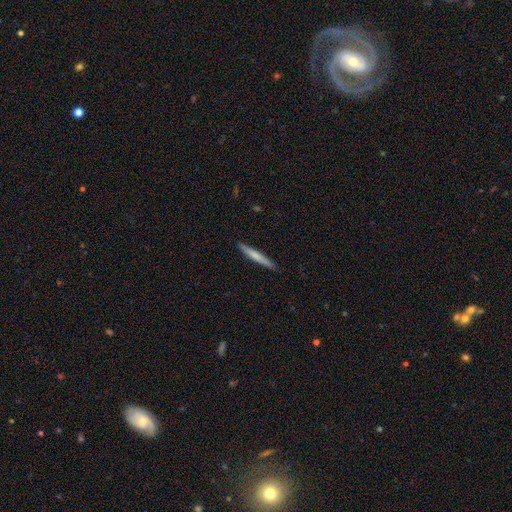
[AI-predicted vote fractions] The model was most divided on "smooth or featured": smooth: 63%, featured or disk: 32%, star or artifact: 5%. More confident: how rounded — cigar-shaped (96%); merging — none (89%).